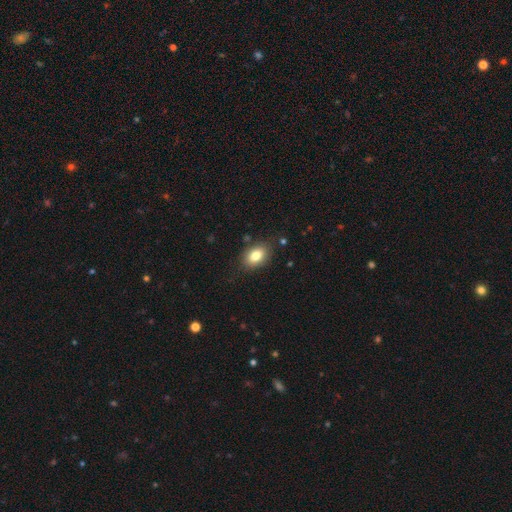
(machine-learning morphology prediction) This is clearly a smooth galaxy (82%). How rounded: clearly in between (83%). Merging: clearly none (82%).